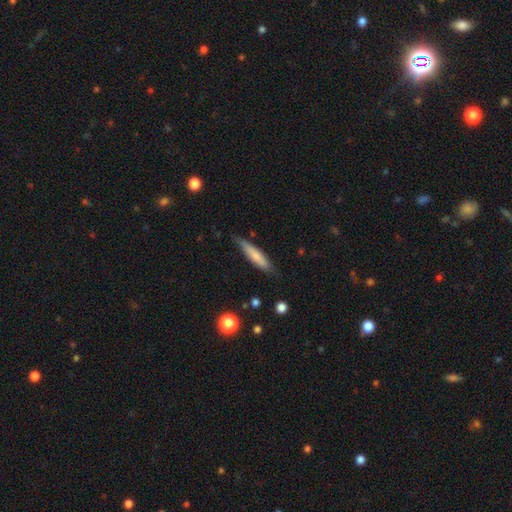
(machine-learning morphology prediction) smooth_or_featured: smooth (p=0.68) [alt: featured or disk p=0.26]
how_rounded: cigar-shaped (p=0.82) [alt: in between p=0.16]
merging: none (p=0.73) [alt: minor disturbance p=0.22]